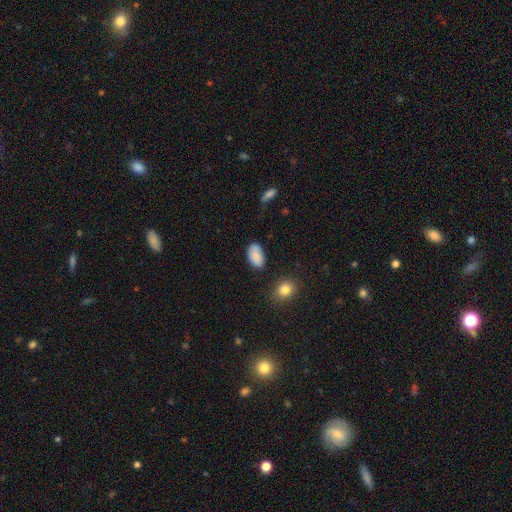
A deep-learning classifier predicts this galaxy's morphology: Smooth or featured? Predicted: smooth (p=0.86). How rounded? Predicted: in between (p=0.93). Merging? Predicted: none (p=0.78).